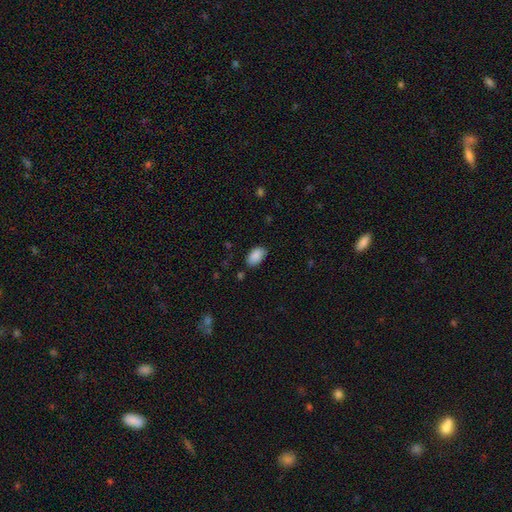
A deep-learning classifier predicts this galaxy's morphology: smooth-or-featured: smooth: 89% | star or artifact: 7% | featured or disk: 4%
  how-rounded: in between: 92% | round: 6% | cigar-shaped: 1%
  merging: none: 79% | minor disturbance: 16% | major disturbance: 3% | merger: 2%